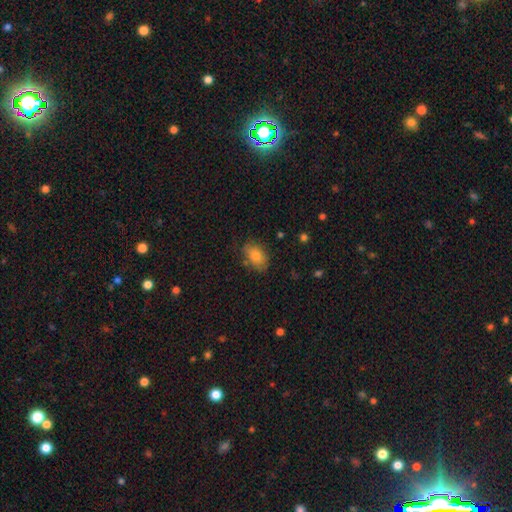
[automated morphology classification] Smooth or featured?
  - smooth: 79% *
  - featured or disk: 12%
  - star or artifact: 9%
How rounded?
  - in between: 86% *
  - round: 12%
  - cigar-shaped: 2%
Merging?
  - none: 77% *
  - minor disturbance: 18%
  - major disturbance: 4%
  - merger: 2%